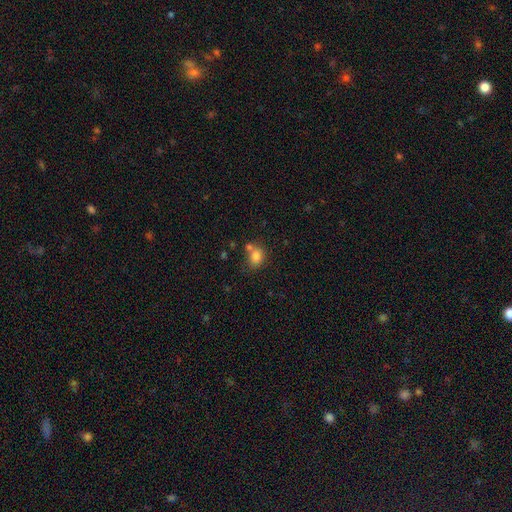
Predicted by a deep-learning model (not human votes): This is clearly a smooth galaxy (82%). How rounded: possibly in between (56%). Merging: possibly none (49%).